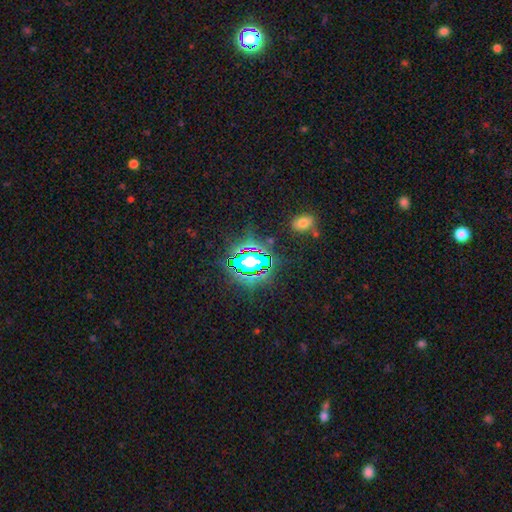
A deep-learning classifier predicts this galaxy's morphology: star or artifact 78%, smooth 14%, featured or disk 9%.